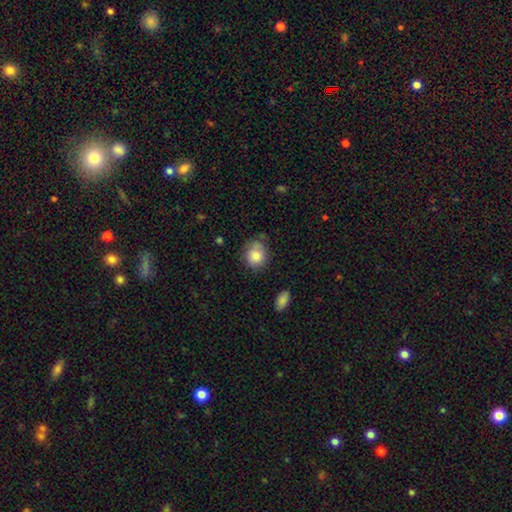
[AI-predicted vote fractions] smooth_or_featured: smooth (p=0.81) [alt: featured or disk p=0.11]
how_rounded: round (p=0.66) [alt: in between p=0.33]
merging: none (p=0.65) [alt: minor disturbance p=0.26]